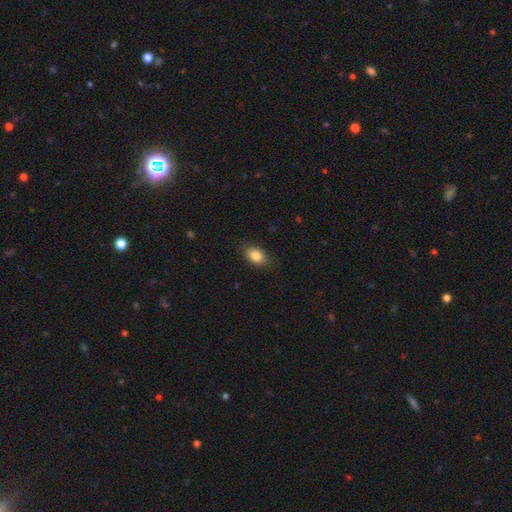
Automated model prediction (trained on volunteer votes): Smooth or featured?
  - smooth: 84% *
  - star or artifact: 8%
  - featured or disk: 8%
How rounded?
  - in between: 86% *
  - round: 11%
  - cigar-shaped: 2%
Merging?
  - none: 84% *
  - minor disturbance: 12%
  - major disturbance: 3%
  - merger: 1%